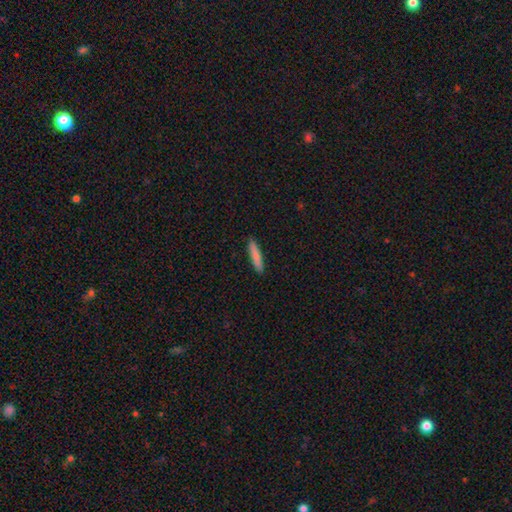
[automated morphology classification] type=smooth (83%); roundness=cigar-shaped (90%); merging=none (91%).